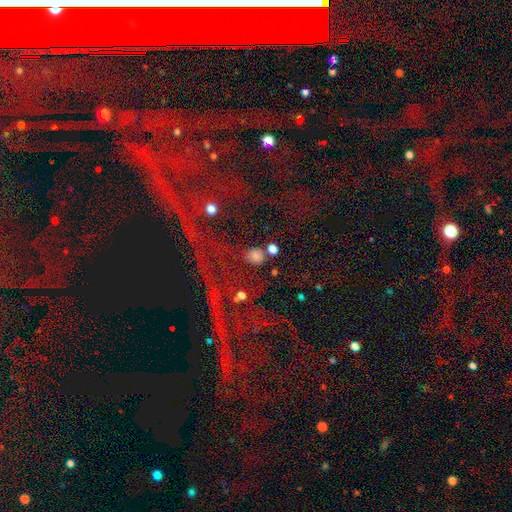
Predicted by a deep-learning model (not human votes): smooth-or-featured: star or artifact: 44% | smooth: 43% | featured or disk: 13%